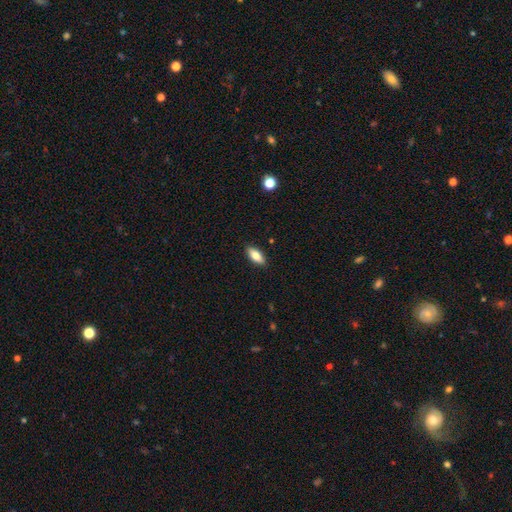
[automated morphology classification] smooth 77%, featured or disk 16%, star or artifact 7%. Down the decision tree: how rounded — in between (81%); merging — none (89%).